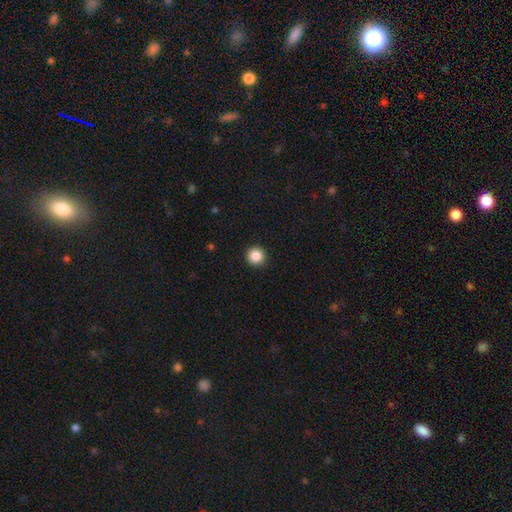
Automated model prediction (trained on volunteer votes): smooth-or-featured: smooth: 87% | star or artifact: 10% | featured or disk: 3%
  how-rounded: round: 96% | in between: 3% | cigar-shaped: 1%
  merging: none: 93% | minor disturbance: 4% | major disturbance: 2% | merger: 1%